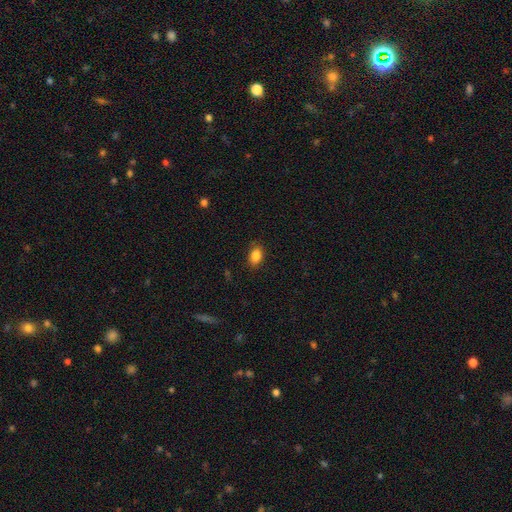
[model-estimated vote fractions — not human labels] Morphology: type=smooth (86%); roundness=in between (86%); merging=none (87%).